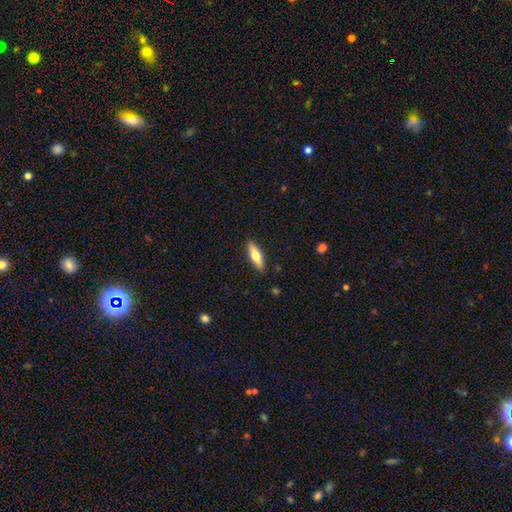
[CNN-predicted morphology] A smooth galaxy with no disk features (61%) that is cigar-shaped (53%). Merging: none (89%).